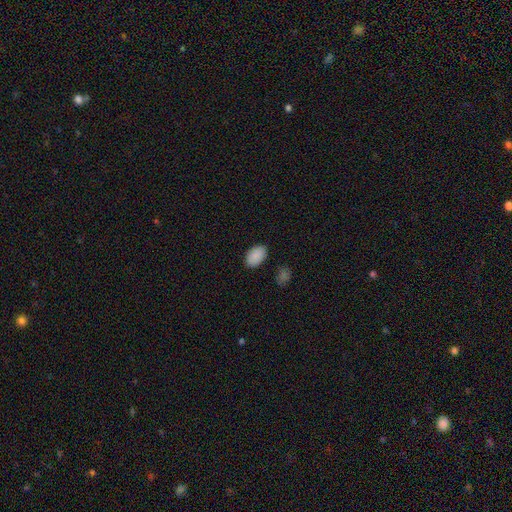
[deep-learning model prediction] Smooth or featured?
  - smooth: 89% *
  - star or artifact: 7%
  - featured or disk: 3%
How rounded?
  - in between: 92% *
  - round: 7%
  - cigar-shaped: 1%
Merging?
  - none: 86% *
  - minor disturbance: 10%
  - major disturbance: 3%
  - merger: 2%